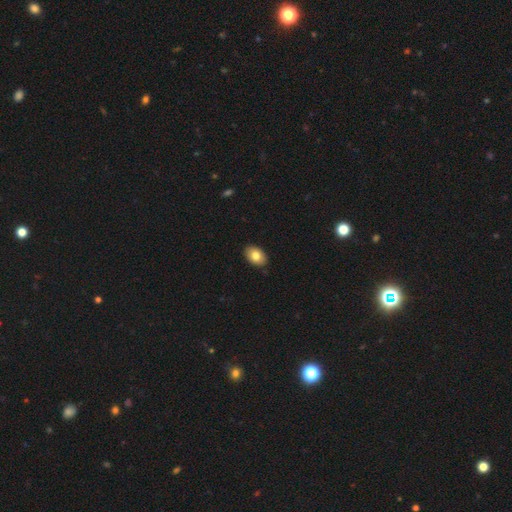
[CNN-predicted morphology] smooth 81%, featured or disk 12%, star or artifact 8%. Down the decision tree: how rounded — in between (86%); merging — none (89%).